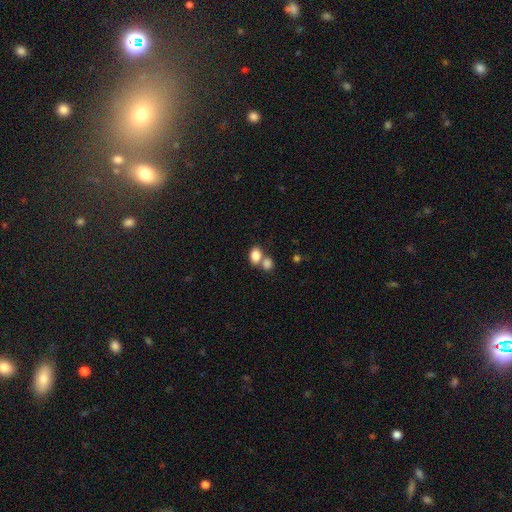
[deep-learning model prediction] Smooth or featured: smooth — 83% (star or artifact — 9%)
How rounded: in between — 74% (round — 25%)
Merging: merger — 48% (none — 39%)